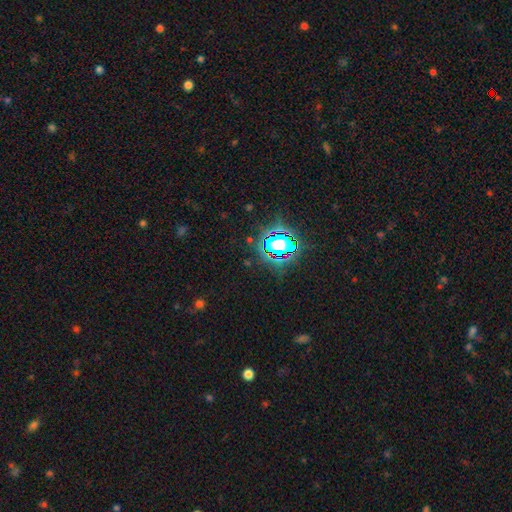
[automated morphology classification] Overall: star or artifact (82%).